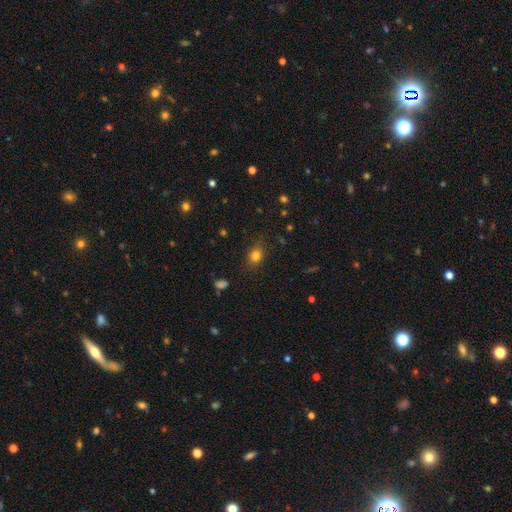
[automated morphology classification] type=smooth (79%); roundness=round (53%); merging=none (79%).